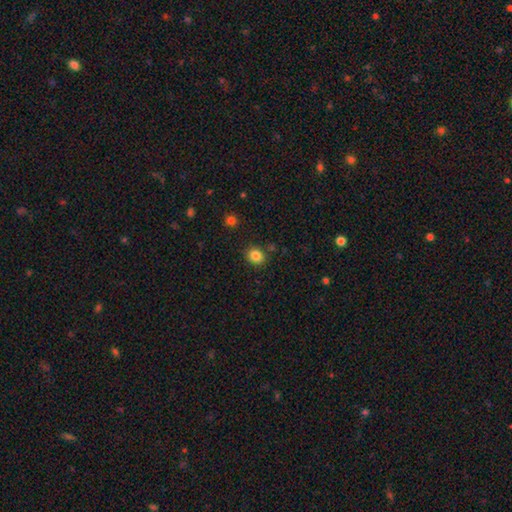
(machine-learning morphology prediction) This appears to be a smooth galaxy with no disk features (84%) that is round (69%). Merging: none (85%).